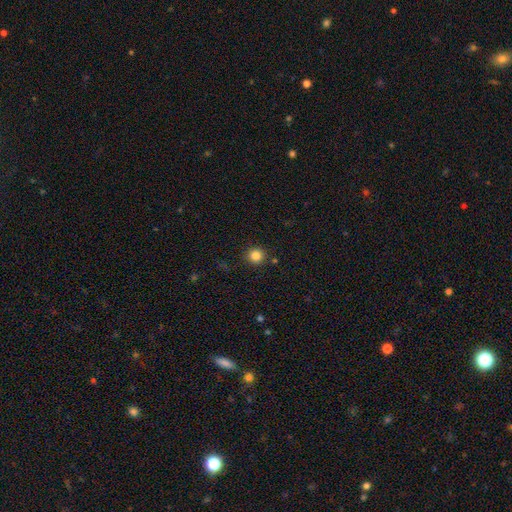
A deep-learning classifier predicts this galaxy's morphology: type=smooth (84%); roundness=round (93%); merging=none (88%).